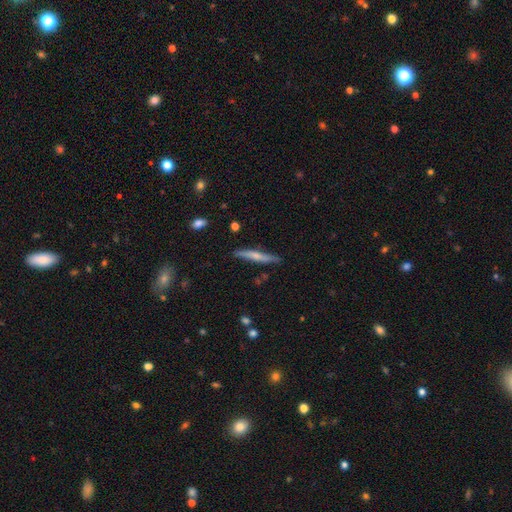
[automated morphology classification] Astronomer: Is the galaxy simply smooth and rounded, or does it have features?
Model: smooth — 51% (runner-up: featured or disk, 43%).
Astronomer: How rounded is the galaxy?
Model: cigar-shaped — 94%.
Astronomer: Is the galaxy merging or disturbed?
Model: none — 85%.